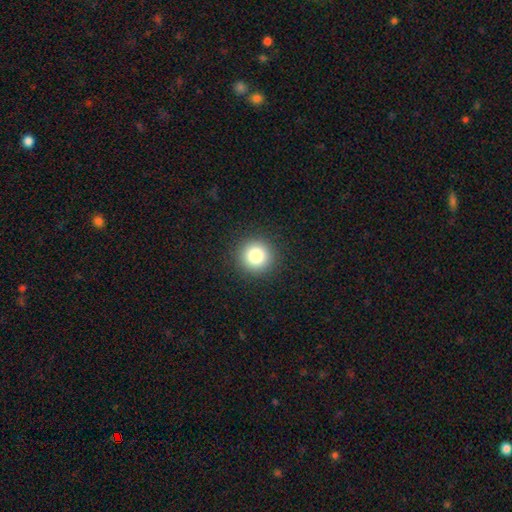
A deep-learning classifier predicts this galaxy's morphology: smooth 82%, star or artifact 11%, featured or disk 6%. Down the decision tree: how rounded — round (95%); merging — none (92%).